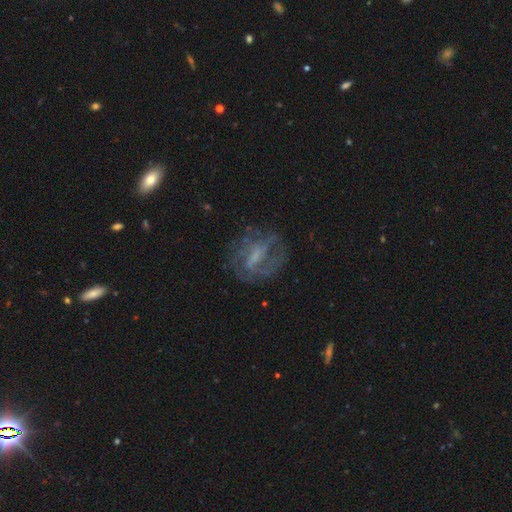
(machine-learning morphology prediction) smooth_or_featured: featured or disk (p=0.74) [alt: smooth p=0.16]
disk_edge_on: no (p=0.95) [alt: yes p=0.05]
bar: weak (p=0.47) [alt: strong p=0.28]
has_spiral_arms: yes (p=0.80) [alt: no p=0.20]
spiral_winding: medium (p=0.43) [alt: tight p=0.35]
spiral_arm_count: can't tell (p=0.36) [alt: 2 p=0.33]
bulge_size: none (p=0.39) [alt: small p=0.33]
merging: none (p=0.63) [alt: minor disturbance p=0.18]